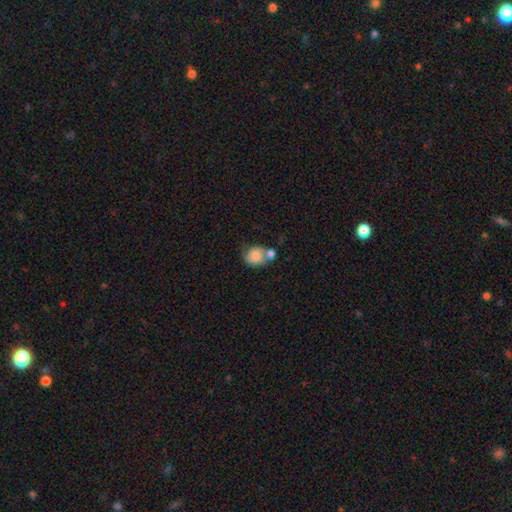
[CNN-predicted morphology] A smooth galaxy with no disk features (69%) that is round (65%).

Vote fractions:
- Smooth or featured? smooth: 69% / featured or disk: 23% / star or artifact: 8%
- How rounded? round: 65% / in between: 34% / cigar-shaped: 1%
- Merging? merger: 42% / none: 30% / minor disturbance: 18% / major disturbance: 10%